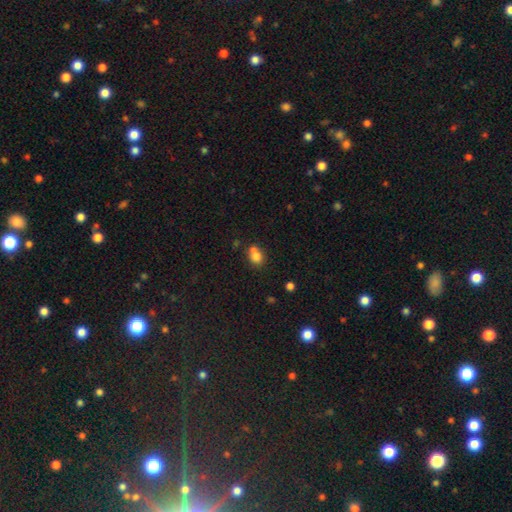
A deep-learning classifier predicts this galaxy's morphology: Smooth or featured? smooth (76%)
How rounded? round (54%)
Merging? merger (44%)